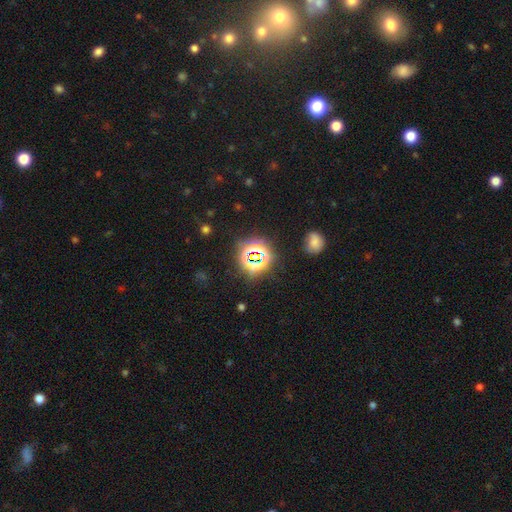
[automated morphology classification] Smooth or featured? Predicted: star or artifact (p=0.74).